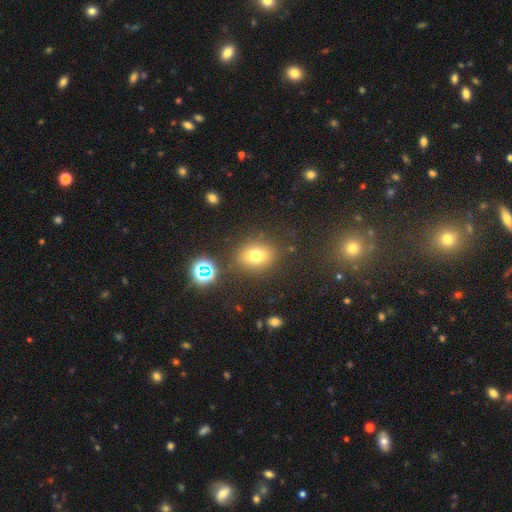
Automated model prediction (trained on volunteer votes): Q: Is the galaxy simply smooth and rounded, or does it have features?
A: smooth — 71%.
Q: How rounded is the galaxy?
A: round — 53%.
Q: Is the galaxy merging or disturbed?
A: none — 81%.